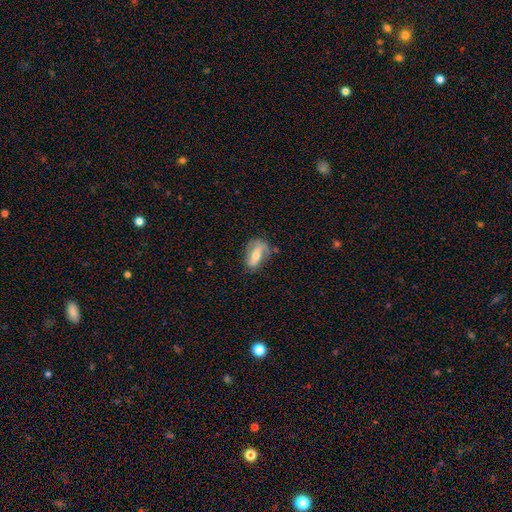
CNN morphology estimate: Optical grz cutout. It shows a featured or disk galaxy (51%). Merging: none (59%).